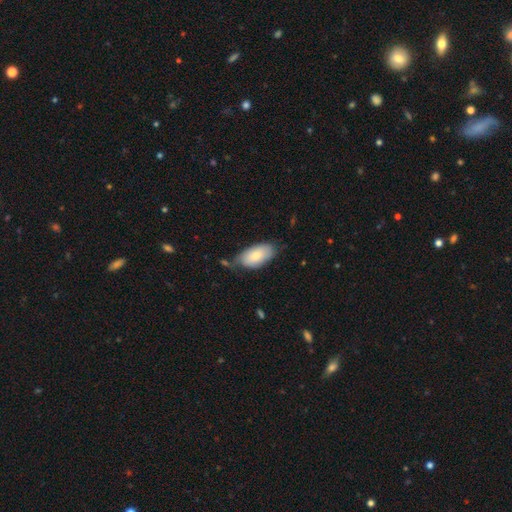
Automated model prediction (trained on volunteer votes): Smooth or featured: smooth — 79% (featured or disk — 15%)
How rounded: in between — 95% (round — 3%)
Merging: none — 58% (minor disturbance — 28%)